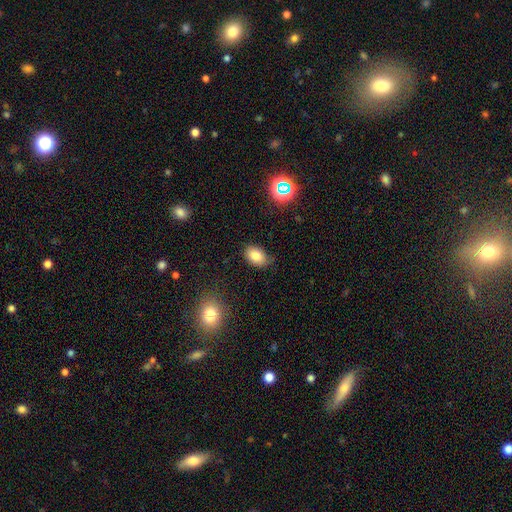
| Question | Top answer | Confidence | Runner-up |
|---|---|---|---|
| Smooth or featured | smooth | 92% | star or artifact (5%) |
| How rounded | in between | 86% | round (14%) |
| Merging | none | 57% | minor disturbance (43%) |